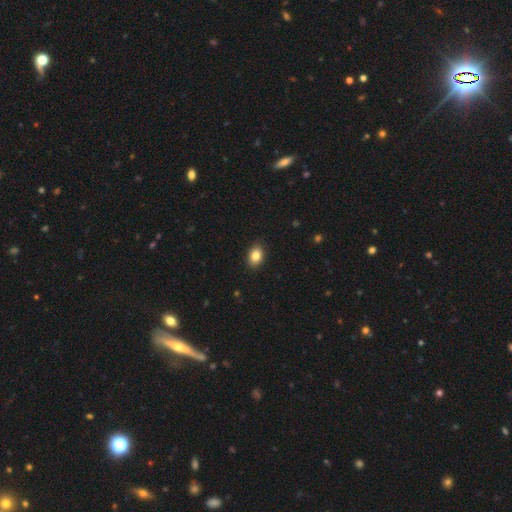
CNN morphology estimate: This is clearly a smooth galaxy (85%). How rounded: likely in between (78%). Merging: clearly none (90%).